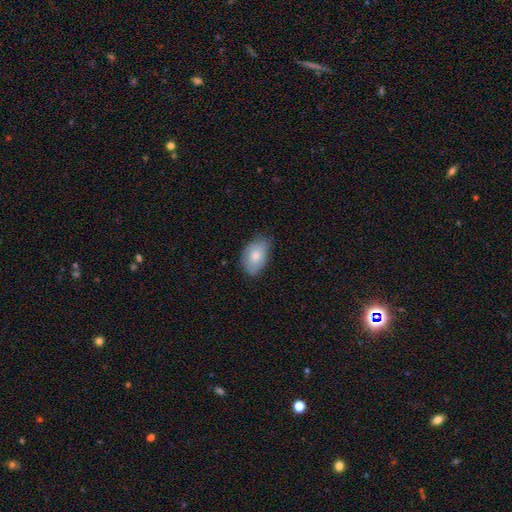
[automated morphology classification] This is likely a smooth galaxy (77%). How rounded: clearly in between (90%). Merging: likely none (66%).